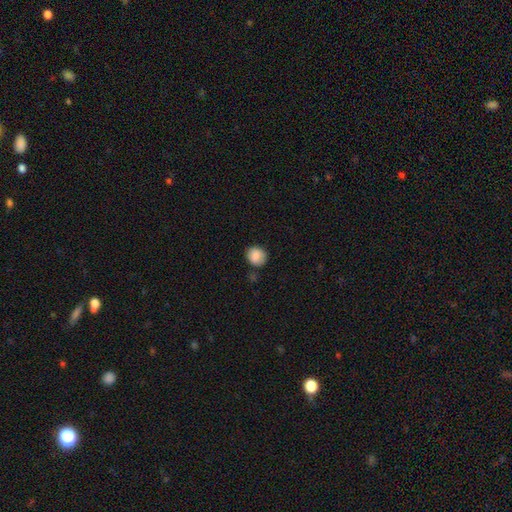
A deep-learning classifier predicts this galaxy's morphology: smooth 84%, star or artifact 8%, featured or disk 7%. Down the decision tree: how rounded — round (70%); merging — none (74%).